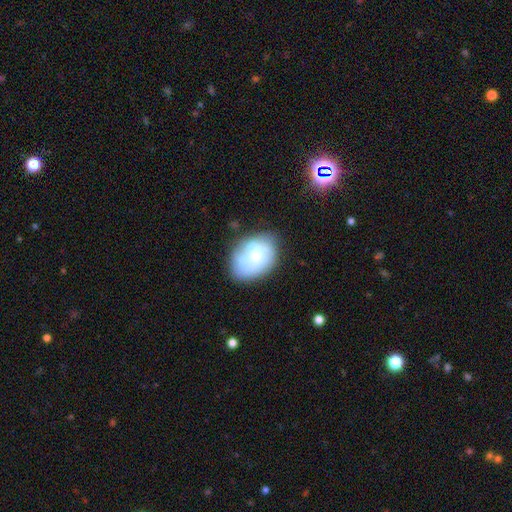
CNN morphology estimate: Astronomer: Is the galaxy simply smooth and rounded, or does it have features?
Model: featured or disk — 52% (runner-up: smooth, 41%).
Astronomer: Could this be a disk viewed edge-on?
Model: no — 97%.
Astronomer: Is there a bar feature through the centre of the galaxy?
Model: no — 82%.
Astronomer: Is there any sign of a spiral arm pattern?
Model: no — 70%.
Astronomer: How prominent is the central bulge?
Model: moderate — 47% (runner-up: small, 26%).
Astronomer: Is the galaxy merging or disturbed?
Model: none — 45% (runner-up: merger, 22%).